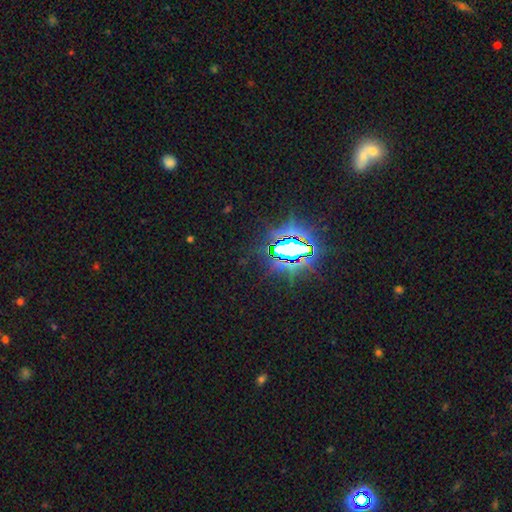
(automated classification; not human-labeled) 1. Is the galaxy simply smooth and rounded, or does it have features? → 82% star or artifact, 10% smooth, 8% featured or disk.